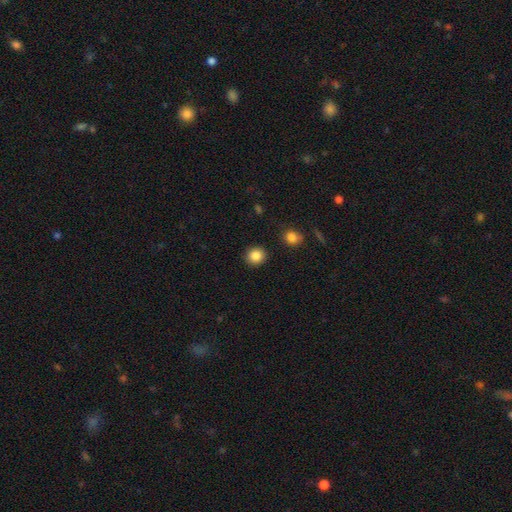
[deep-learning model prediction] Morphology: type=smooth (86%); roundness=round (84%); merging=none (90%).